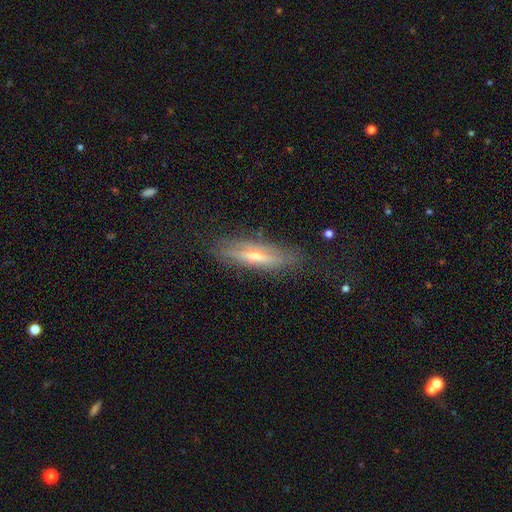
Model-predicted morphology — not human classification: smooth_or_featured: featured or disk (p=0.51) [alt: smooth p=0.40]
disk_edge_on: yes (p=0.84) [alt: no p=0.16]
merging: none (p=0.79) [alt: minor disturbance p=0.15]